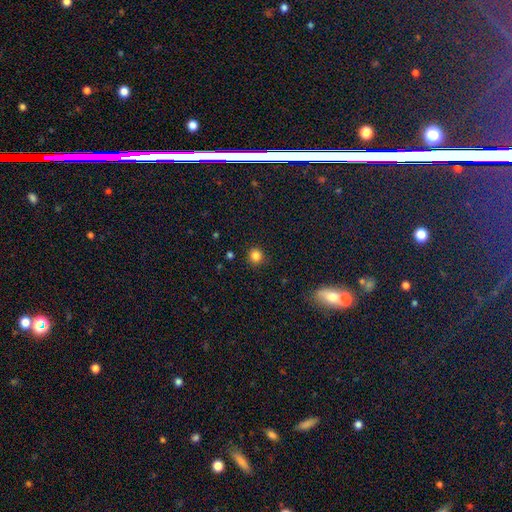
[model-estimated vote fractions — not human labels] A smooth galaxy with no disk features (83%) that is round (91%). Merging: none (89%).